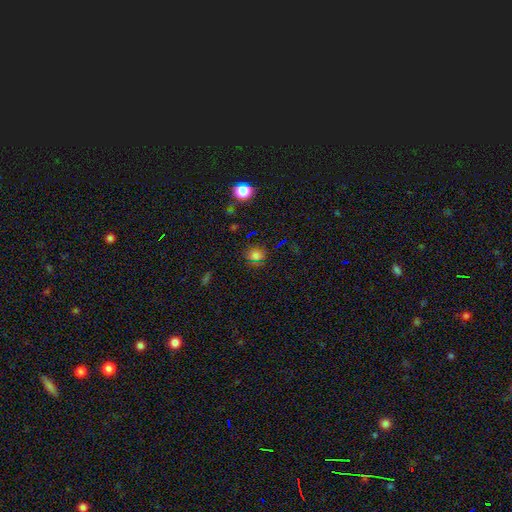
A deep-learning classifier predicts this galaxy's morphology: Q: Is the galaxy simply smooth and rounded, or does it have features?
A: smooth — 61%.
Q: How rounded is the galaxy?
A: round — 86%.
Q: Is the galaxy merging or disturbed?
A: none — 83%.